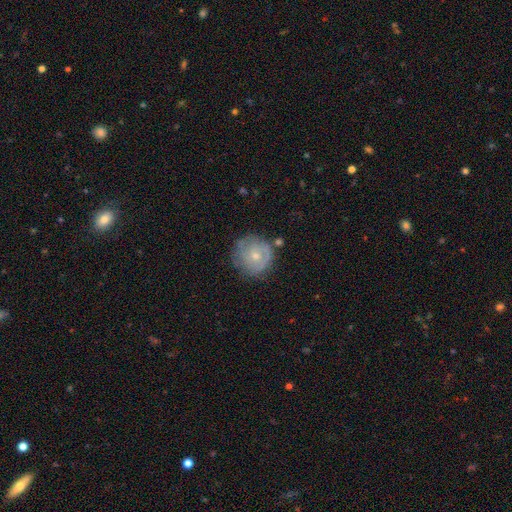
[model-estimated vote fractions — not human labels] A featured or disk galaxy (56%) with no bar (80%), spiral arms (70%) and a small central bulge (58%).

Vote fractions:
- Smooth or featured? featured or disk: 56% / smooth: 37% / star or artifact: 7%
- Edge-on disk? no: 97% / yes: 3%
- Bar? no: 80% / weak: 17% / strong: 3%
- Spiral arms? yes: 70% / no: 30%
- Bulge size? small: 58% / moderate: 38% / none: 2% / large: 1% / dominant: 1%
- Merging? none: 67% / minor disturbance: 21% / major disturbance: 8% / merger: 4%